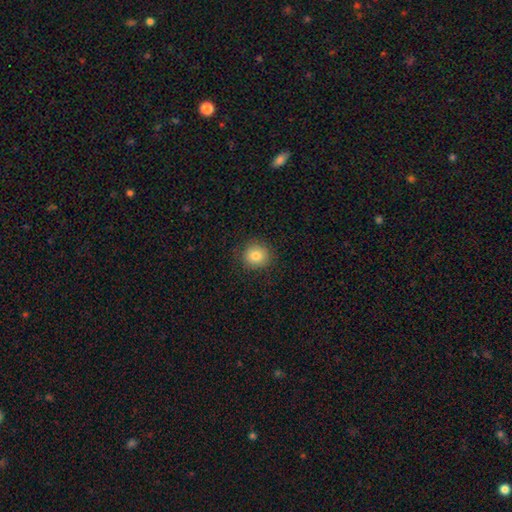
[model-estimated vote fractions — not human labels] This is clearly a smooth galaxy (83%). How rounded: clearly round (88%). Merging: clearly none (87%).